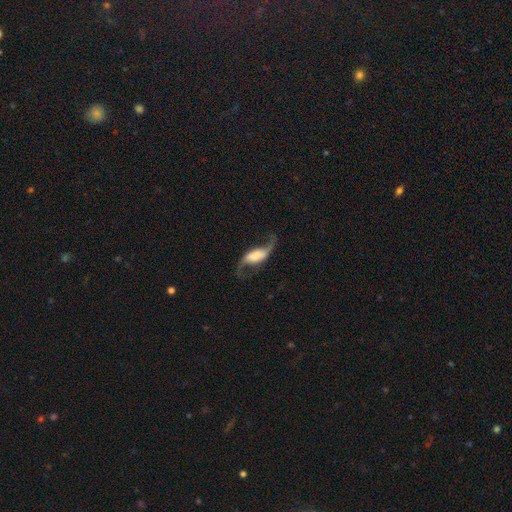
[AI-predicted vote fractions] A featured or disk galaxy (82%) with a weak bar (35%), 2 (93%) loose (88%) spiral arms (95%) and a large central bulge (29%). Merging: none (69%).